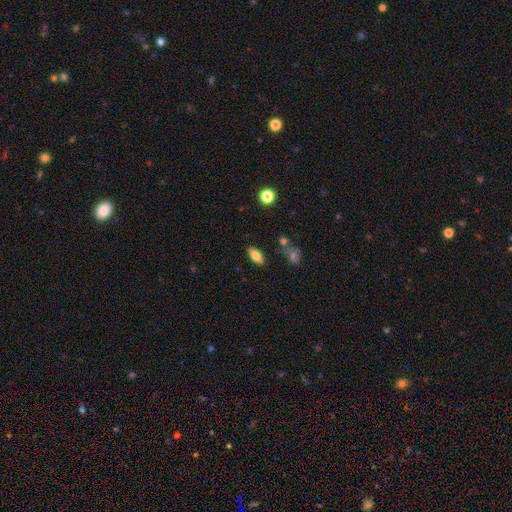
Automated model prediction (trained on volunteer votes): Overall: smooth (80%). How rounded: in between (89%). Merging: none (82%).